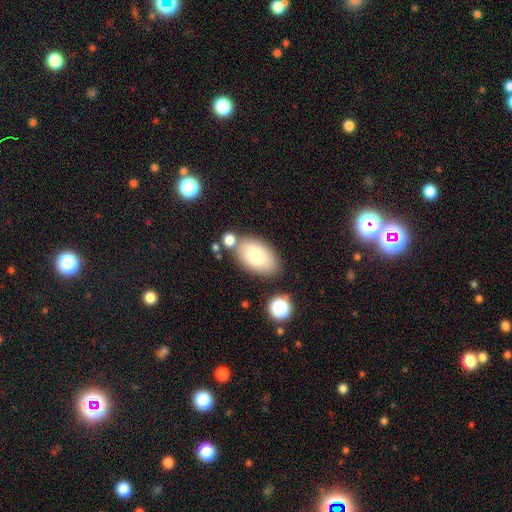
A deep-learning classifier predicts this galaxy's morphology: A smooth galaxy with no disk features (76%) that is in between round and cigar-shaped (92%).

Vote fractions:
- Smooth or featured? smooth: 76% / featured or disk: 16% / star or artifact: 8%
- How rounded? in between: 92% / round: 7% / cigar-shaped: 2%
- Merging? none: 72% / minor disturbance: 14% / merger: 10% / major disturbance: 4%